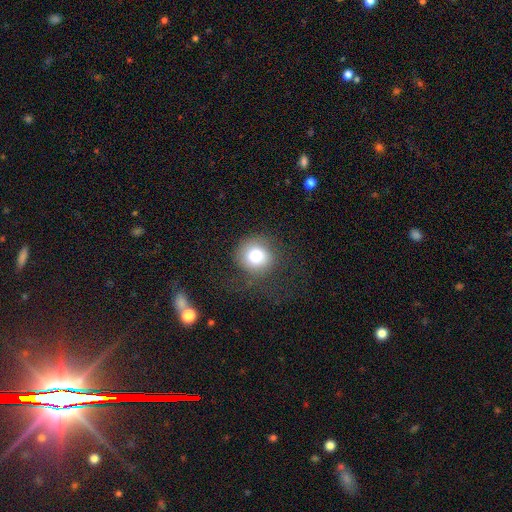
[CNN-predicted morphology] Smooth or featured? smooth (76%)
How rounded? round (90%)
Merging? none (69%)